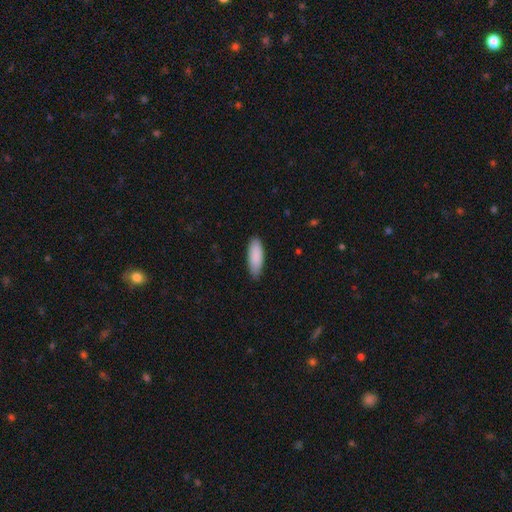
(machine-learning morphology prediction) Overall: smooth (90%). How rounded: in between (70%). Merging: none (83%).